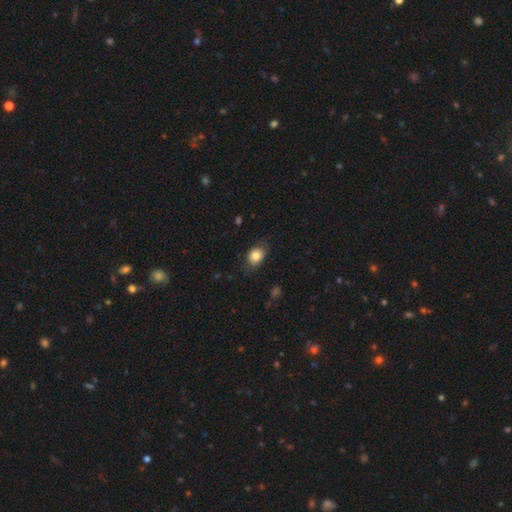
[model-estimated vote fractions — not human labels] This is clearly a smooth galaxy (82%). How rounded: likely in between (68%). Merging: likely none (74%).